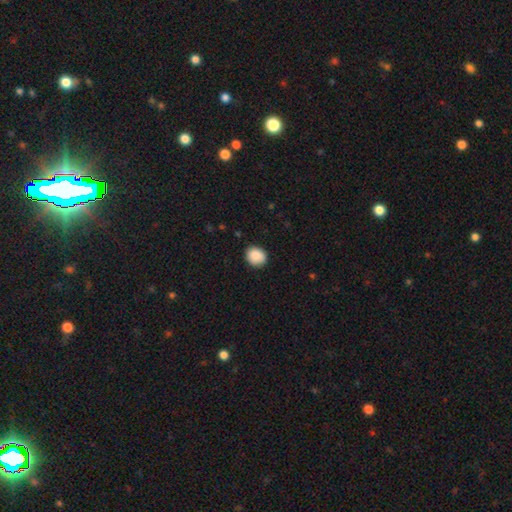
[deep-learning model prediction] Morphology: type=smooth (88%); roundness=round (72%); merging=none (87%).